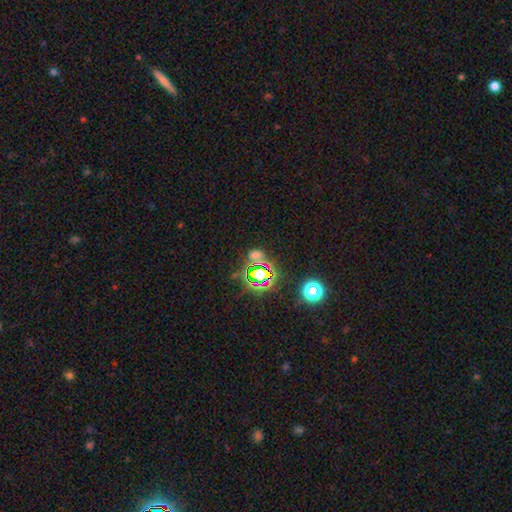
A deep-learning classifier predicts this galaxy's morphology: Smooth or featured: star or artifact — 57% (smooth — 35%)